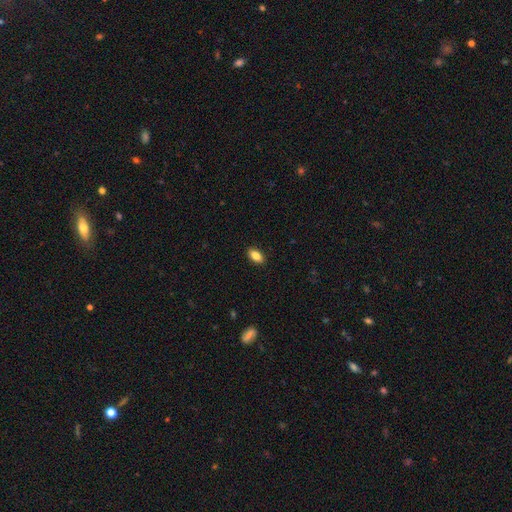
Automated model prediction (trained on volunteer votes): smooth 86%, star or artifact 8%, featured or disk 6%. Down the decision tree: how rounded — in between (91%); merging — none (90%).